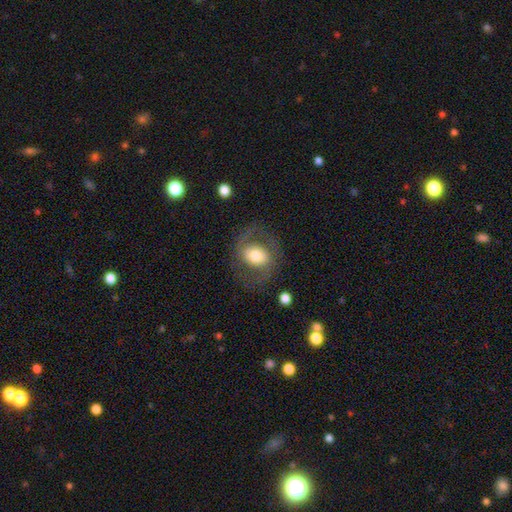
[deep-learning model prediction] Q: Smooth or featured?
A: smooth (47%); runner-up: featured or disk (45%)
Q: Merging?
A: none (71%); runner-up: minor disturbance (14%)